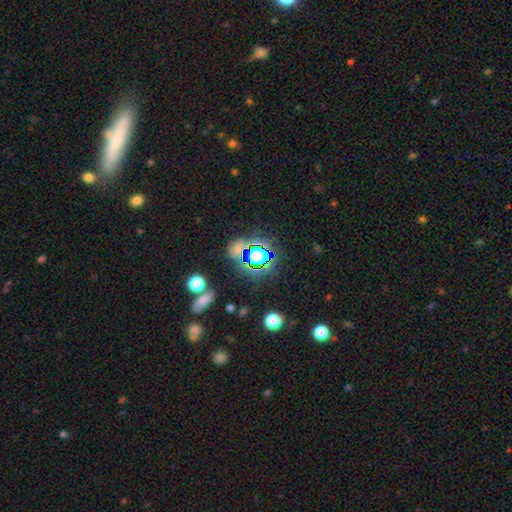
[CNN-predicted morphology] This is possibly a star or artifact rather than a galaxy (57%).